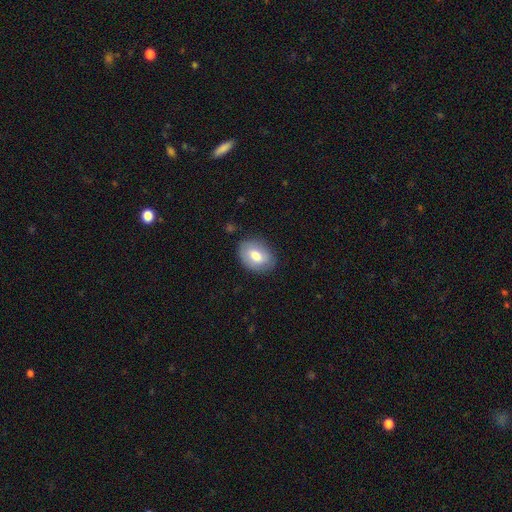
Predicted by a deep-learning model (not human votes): Smooth or featured? smooth (73%)
How rounded? in between (82%)
Merging? none (83%)